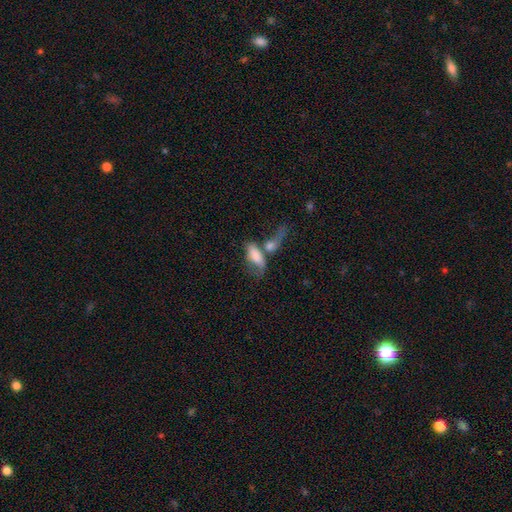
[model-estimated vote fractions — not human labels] A smooth galaxy with no disk features (70%) that is in between round and cigar-shaped (81%). Merging: merger (53%).